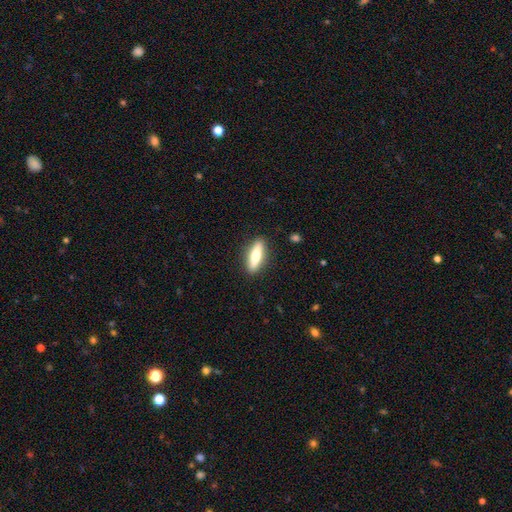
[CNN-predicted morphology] This appears to be a smooth galaxy with no disk features (61%) that is cigar-shaped (55%). Merging: none (89%).